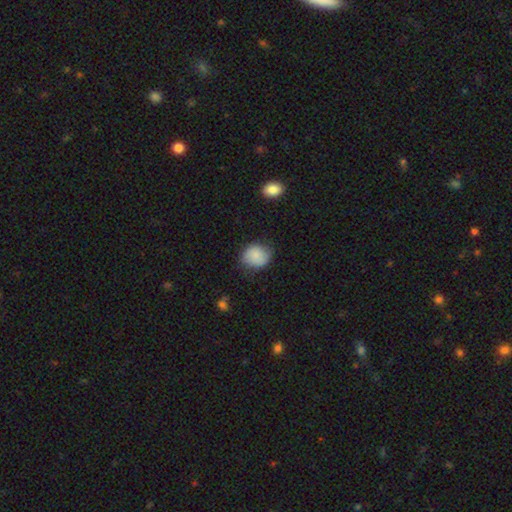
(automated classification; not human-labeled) A smooth galaxy with no disk features (80%) that is round (65%).

Vote fractions:
- Smooth or featured? smooth: 80% / featured or disk: 12% / star or artifact: 8%
- How rounded? round: 65% / in between: 34% / cigar-shaped: 1%
- Merging? none: 69% / minor disturbance: 24% / major disturbance: 5% / merger: 2%